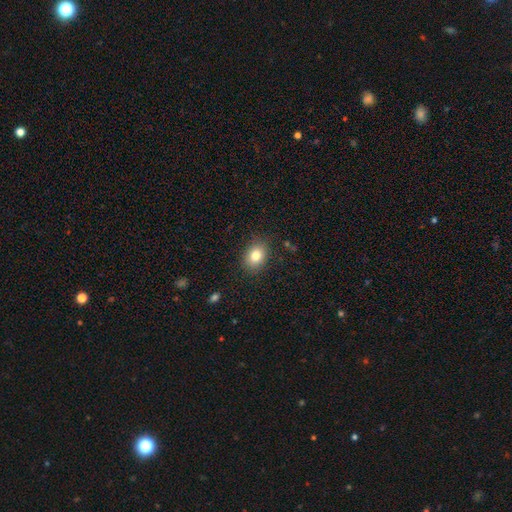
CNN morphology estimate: The model was most divided on "how rounded": in between: 62%, round: 37%, cigar-shaped: 1%. More confident: merging — none (85%); smooth or featured — smooth (82%).